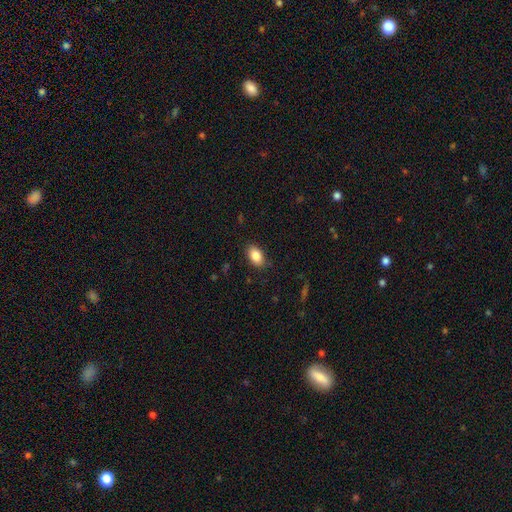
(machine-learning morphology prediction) Smooth or featured: smooth — 86% (star or artifact — 8%)
How rounded: in between — 90% (round — 8%)
Merging: none — 85% (minor disturbance — 11%)